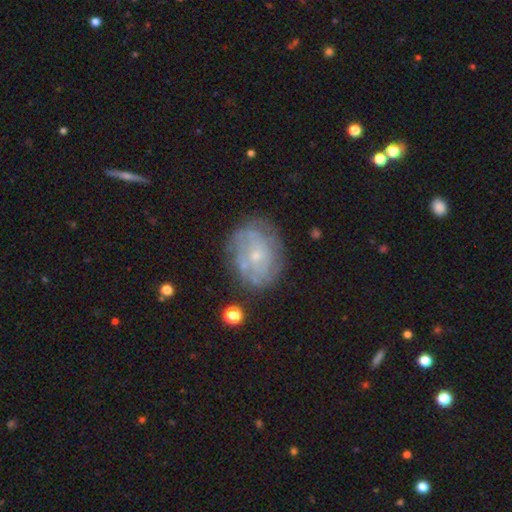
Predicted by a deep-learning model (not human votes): Smooth or featured?
  - featured or disk: 67% *
  - smooth: 23%
  - star or artifact: 9%
Edge-on disk?
  - no: 97% *
  - yes: 3%
Bar?
  - no: 83% *
  - weak: 15%
  - strong: 3%
Spiral arms?
  - yes: 68% *
  - no: 32%
Bulge size?
  - small: 78% *
  - moderate: 18%
  - none: 3%
  - large: 1%
  - dominant: 1%
Merging?
  - none: 70% *
  - minor disturbance: 19%
  - major disturbance: 8%
  - merger: 3%